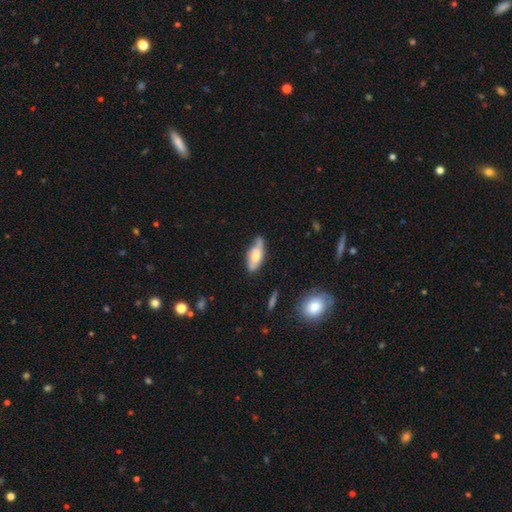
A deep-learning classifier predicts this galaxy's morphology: smooth 60%, featured or disk 34%, star or artifact 6%. Down the decision tree: how rounded — in between (78%); merging — none (59%).